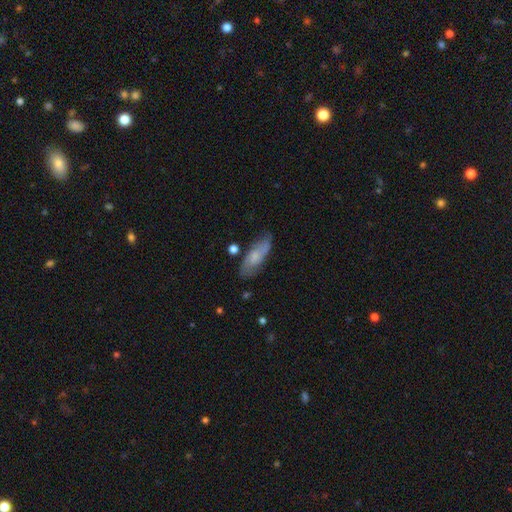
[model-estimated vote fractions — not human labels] smooth_or_featured: smooth (p=0.58) [alt: featured or disk p=0.35]
how_rounded: in between (p=0.63) [alt: cigar-shaped p=0.35]
merging: none (p=0.71) [alt: minor disturbance p=0.20]